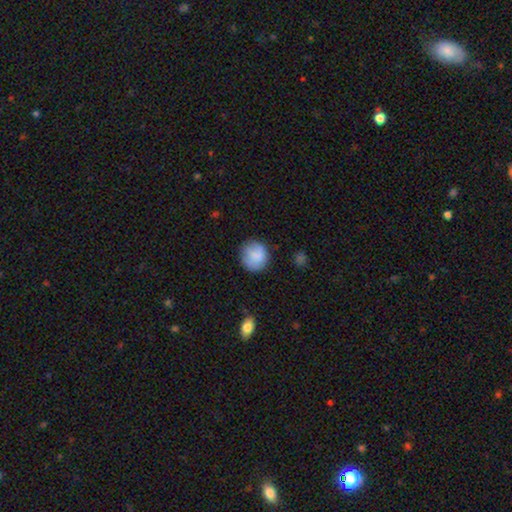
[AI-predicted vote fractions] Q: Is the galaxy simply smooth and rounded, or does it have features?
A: smooth — 79%.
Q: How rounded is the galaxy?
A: round — 87%.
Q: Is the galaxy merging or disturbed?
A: none — 76%.